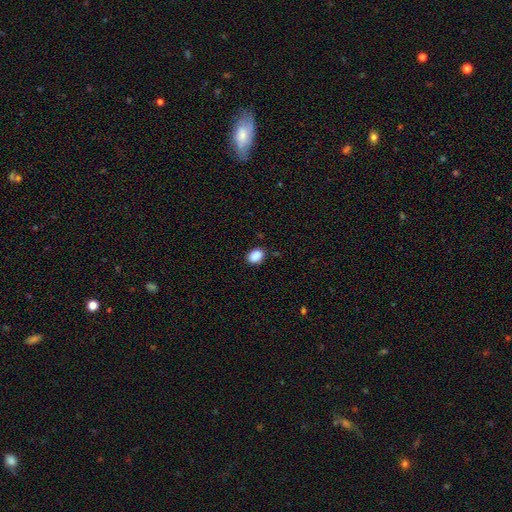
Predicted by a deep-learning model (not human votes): smooth_or_featured: smooth (p=0.89) [alt: star or artifact p=0.09]
how_rounded: in between (p=0.70) [alt: round p=0.29]
merging: none (p=0.83) [alt: minor disturbance p=0.13]